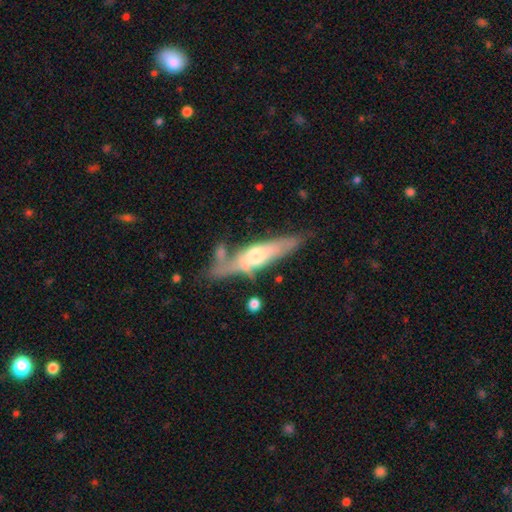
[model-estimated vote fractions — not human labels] featured or disk 63%, smooth 31%, star or artifact 6%. Down the decision tree: edge-on disk — yes (73%); merging — none (52%).